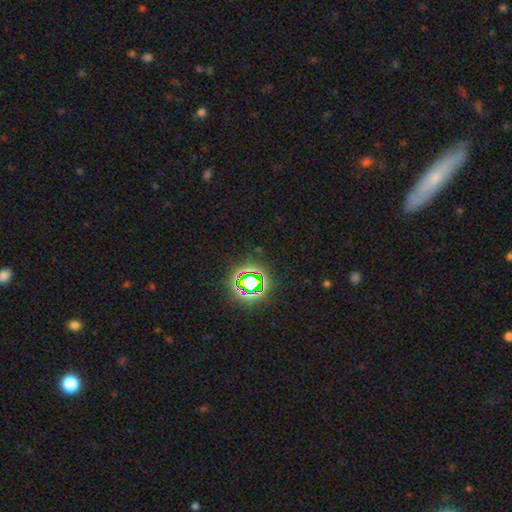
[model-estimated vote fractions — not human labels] Morphology: type=star or artifact (76%).